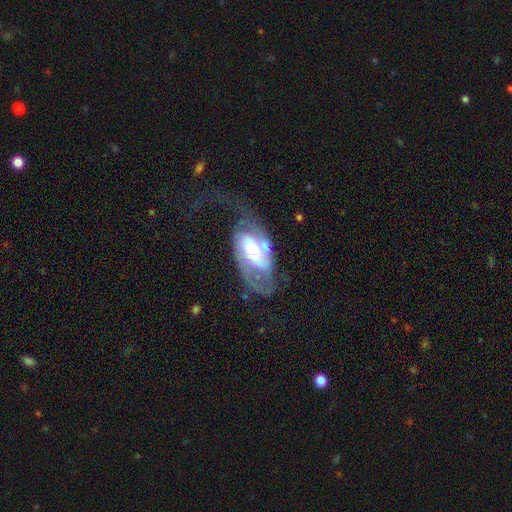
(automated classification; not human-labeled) Smooth or featured?
  - featured or disk: 76% *
  - smooth: 17%
  - star or artifact: 6%
Edge-on disk?
  - no: 94% *
  - yes: 6%
Bar?
  - no: 52% *
  - weak: 32%
  - strong: 16%
Spiral arms?
  - yes: 87% *
  - no: 13%
Spiral winding?
  - medium: 41% *
  - tight: 34%
  - loose: 24%
Spiral arm count?
  - 2: 67% *
  - can't tell: 17%
  - 1: 9%
  - 3: 4%
  - 4: 2%
  - more than 4: 2%
Bulge size?
  - moderate: 48% *
  - small: 28%
  - large: 18%
  - dominant: 3%
  - none: 3%
Merging?
  - none: 41% *
  - major disturbance: 31%
  - minor disturbance: 23%
  - merger: 5%